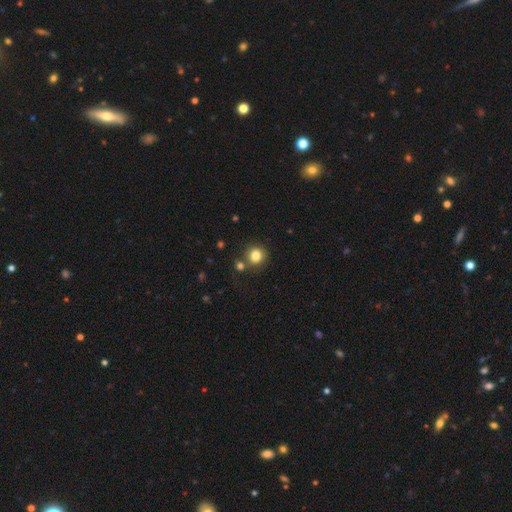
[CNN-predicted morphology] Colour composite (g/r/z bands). It shows a smooth galaxy with no disk features (81%) that is round (87%). Merging: none (72%).